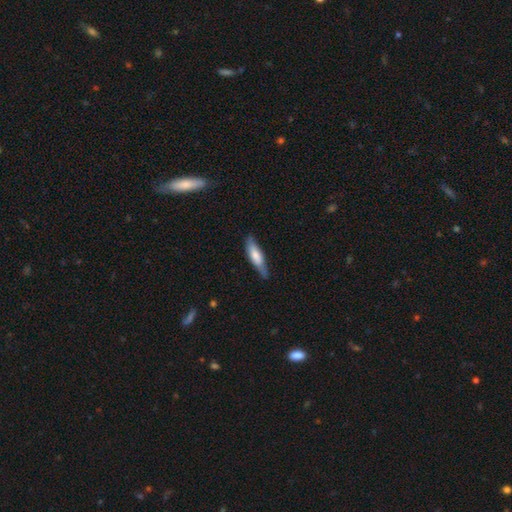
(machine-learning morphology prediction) Overall: smooth (66%; featured or disk 28%). How rounded: cigar-shaped (65%; in between 34%). Merging: none (71%).